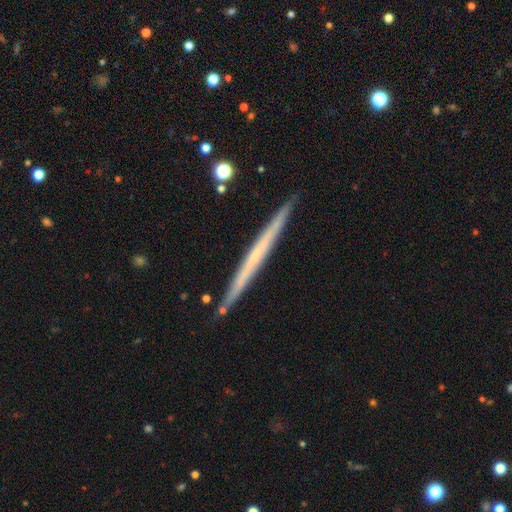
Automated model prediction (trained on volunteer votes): Smooth or featured? featured or disk (58%)
Edge-on disk? yes (98%)
Edge-on bulge? none (89%)
Merging? none (91%)